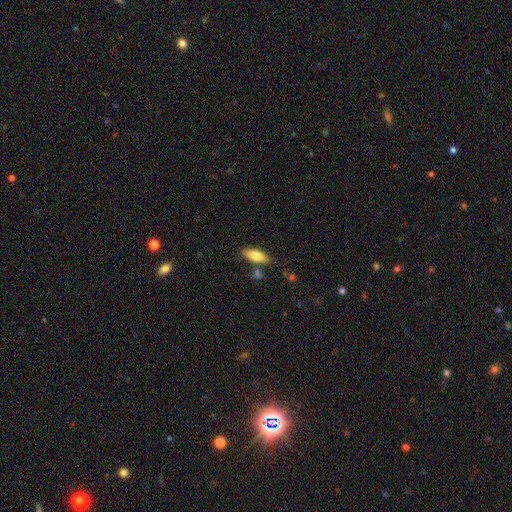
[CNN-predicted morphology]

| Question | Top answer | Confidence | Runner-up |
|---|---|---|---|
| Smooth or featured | smooth | 69% | featured or disk (25%) |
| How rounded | in between | 63% | cigar-shaped (35%) |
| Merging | none | 76% | minor disturbance (13%) |